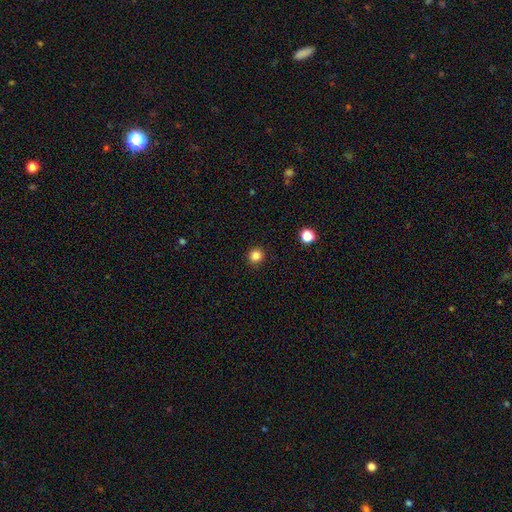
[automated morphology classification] smooth-or-featured: smooth: 84% | star or artifact: 12% | featured or disk: 4%
  how-rounded: round: 91% | in between: 8% | cigar-shaped: 1%
  merging: none: 92% | minor disturbance: 5% | major disturbance: 2% | merger: 1%